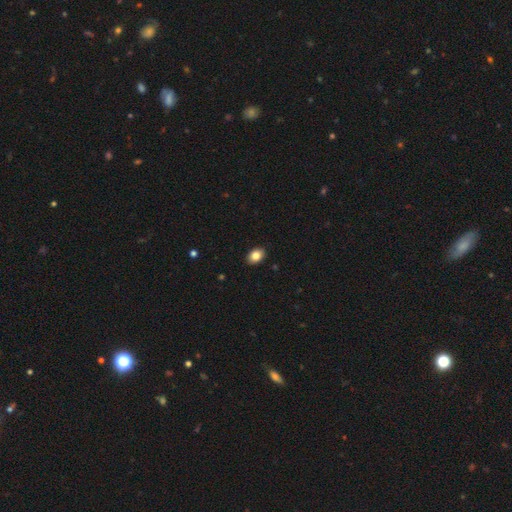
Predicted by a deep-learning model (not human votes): Morphology: type=smooth (84%); roundness=in between (78%); merging=none (90%).